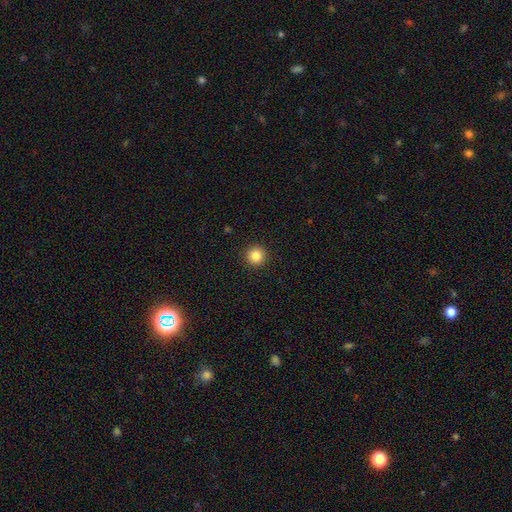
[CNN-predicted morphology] A smooth galaxy with no disk features (85%) that is round (96%). Merging: none (93%).